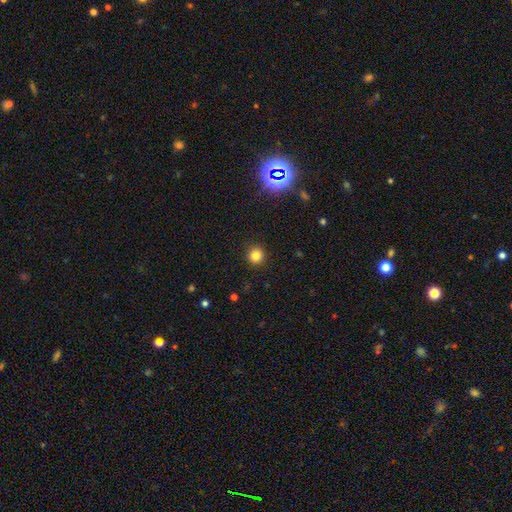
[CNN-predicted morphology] Smooth or featured?
  - smooth: 82% *
  - star or artifact: 14%
  - featured or disk: 5%
How rounded?
  - round: 92% *
  - in between: 7%
  - cigar-shaped: 1%
Merging?
  - none: 91% *
  - minor disturbance: 6%
  - major disturbance: 2%
  - merger: 1%